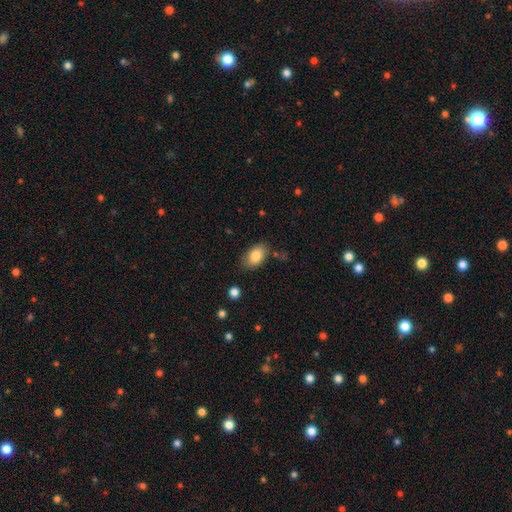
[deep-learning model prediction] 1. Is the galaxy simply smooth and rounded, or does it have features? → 84% smooth, 8% featured or disk, 7% star or artifact.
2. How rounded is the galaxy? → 90% in between, 8% round, 1% cigar-shaped.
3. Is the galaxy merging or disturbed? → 79% none, 15% minor disturbance, 4% major disturbance, 3% merger.